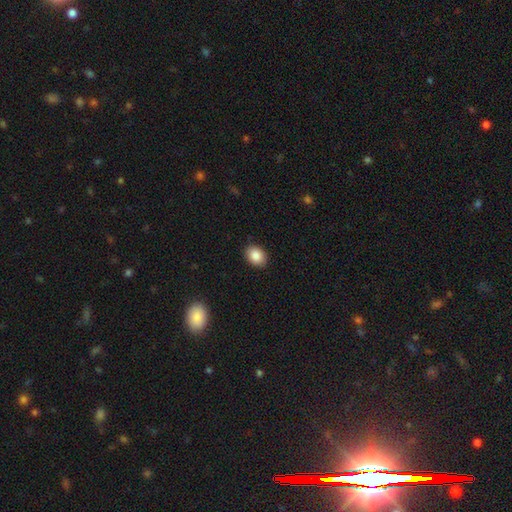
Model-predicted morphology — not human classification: This appears to be a smooth galaxy with no disk features (87%) that is in between round and cigar-shaped (65%). Merging: none (89%).